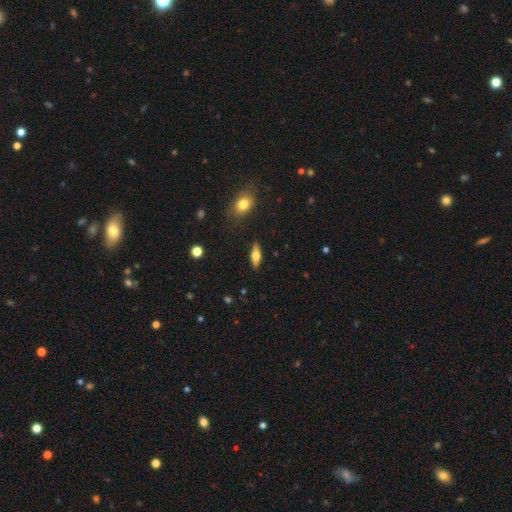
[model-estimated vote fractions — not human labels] Morphology: type=smooth (58%); roundness=in between (66%); merging=none (88%).